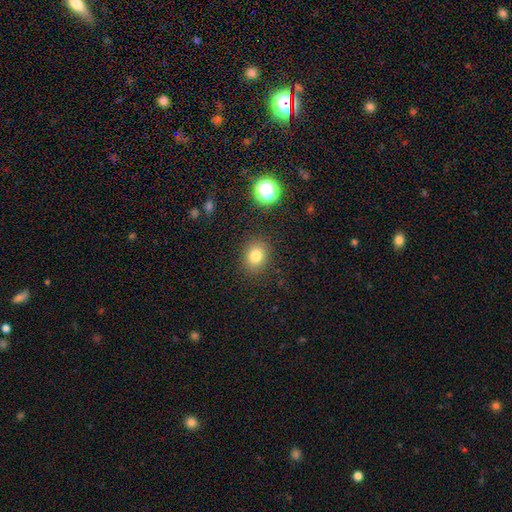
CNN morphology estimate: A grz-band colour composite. It shows a smooth galaxy with no disk features (79%) that is round (69%). Merging: none (87%).